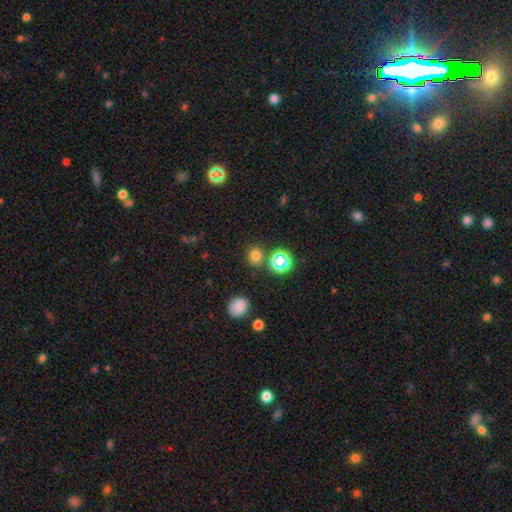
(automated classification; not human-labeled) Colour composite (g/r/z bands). It shows a smooth galaxy with no disk features (70%) that is round (77%). Merging: none (81%).